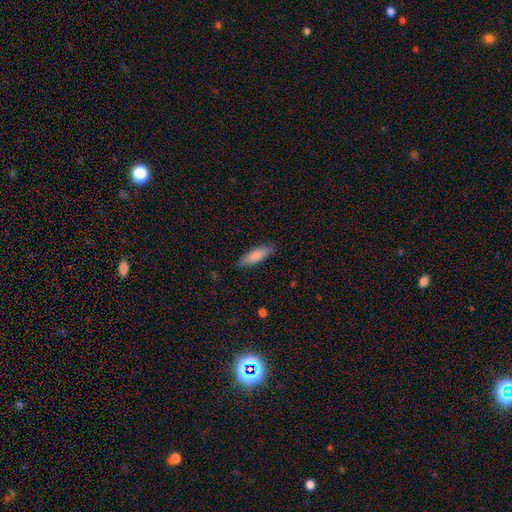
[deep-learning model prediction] Overall: smooth (84%). How rounded: cigar-shaped (51%; in between 47%). Merging: none (88%).